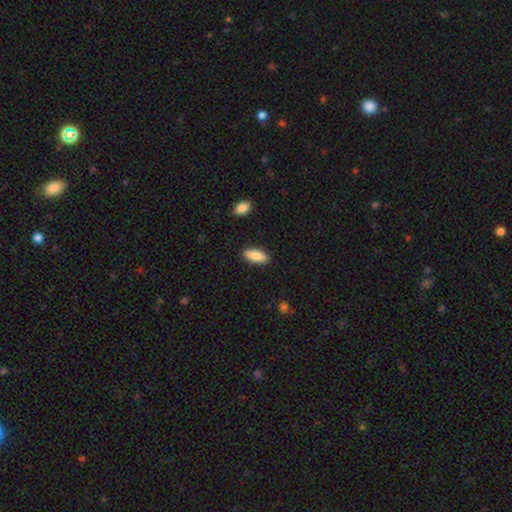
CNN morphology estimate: smooth_or_featured: smooth (p=0.86) [alt: featured or disk p=0.08]
how_rounded: in between (p=0.79) [alt: cigar-shaped p=0.19]
merging: none (p=0.88) [alt: minor disturbance p=0.09]